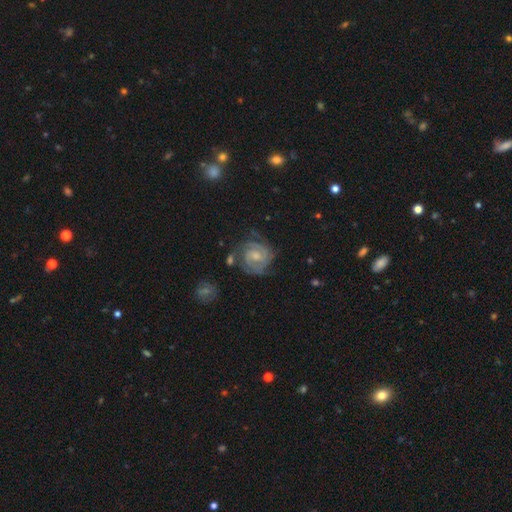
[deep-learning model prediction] smooth-or-featured: featured or disk: 86% | smooth: 9% | star or artifact: 5%
  disk-edge-on: no: 98% | yes: 2%
    bar: no: 50% | weak: 42% | strong: 8%
    has-spiral-arms: yes: 97% | no: 3%
      spiral-winding: tight: 71% | medium: 25% | loose: 4%
      spiral-arm-count: 2: 66% | 3: 14% | can't tell: 12% | 4: 3% | 1: 3% | more than 4: 3%
    bulge-size: moderate: 50% | small: 38% | none: 6% | large: 5% | dominant: 1%
  merging: none: 68% | minor disturbance: 19% | major disturbance: 8% | merger: 5%